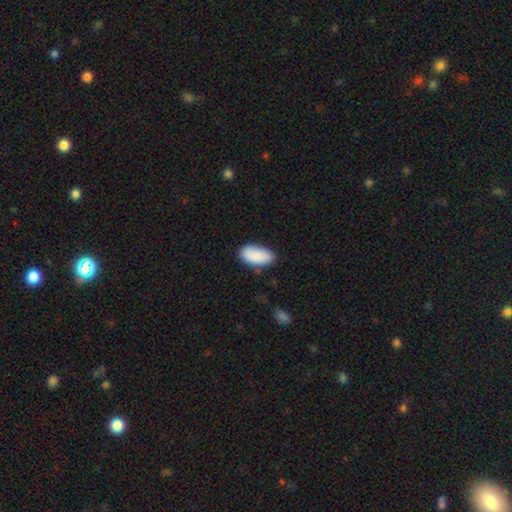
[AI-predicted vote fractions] Q: Smooth or featured?
A: smooth (88%); runner-up: star or artifact (6%)
Q: How rounded?
A: in between (94%); runner-up: cigar-shaped (3%)
Q: Merging?
A: none (74%); runner-up: minor disturbance (20%)